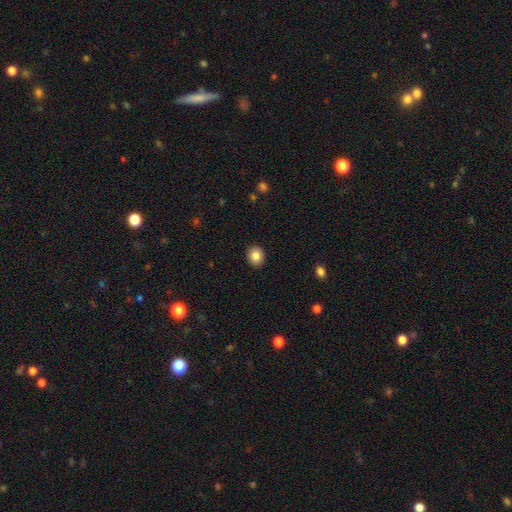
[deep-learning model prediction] Overall: smooth (85%). How rounded: round (75%). Merging: none (92%).